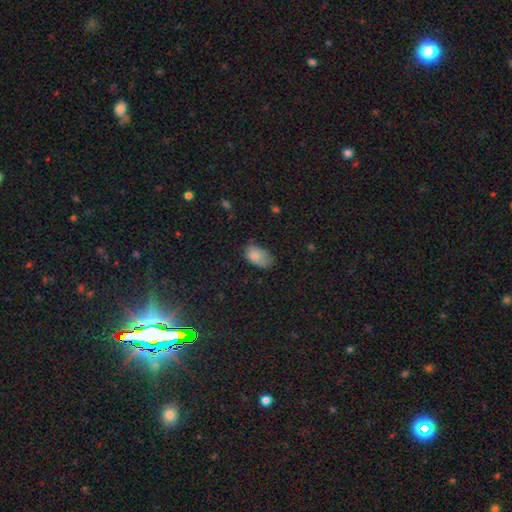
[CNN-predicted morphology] This appears to be a smooth galaxy with no disk features (82%) that is in between round and cigar-shaped (91%). Merging: none (47%).